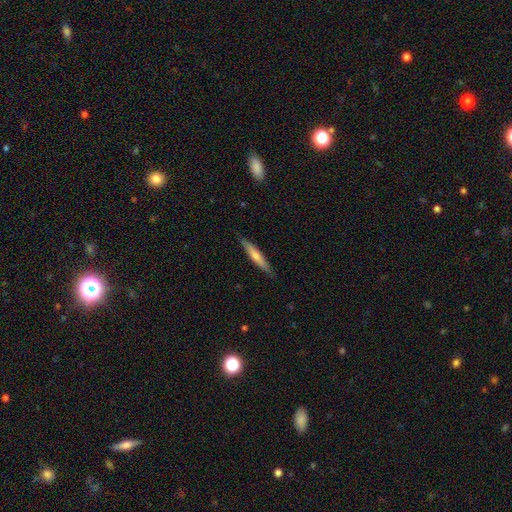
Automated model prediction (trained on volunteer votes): The model was most divided on "smooth or featured": smooth: 61%, featured or disk: 34%, star or artifact: 5%. More confident: how rounded — cigar-shaped (91%); merging — none (87%).